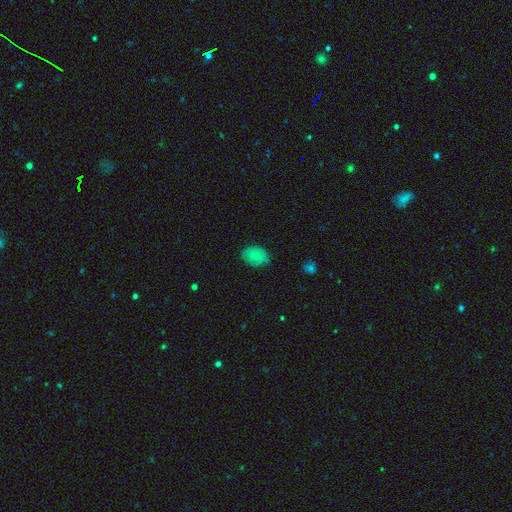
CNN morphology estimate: smooth_or_featured: smooth (p=0.73) [alt: featured or disk p=0.18]
how_rounded: in between (p=0.62) [alt: round p=0.37]
merging: none (p=0.70) [alt: minor disturbance p=0.23]